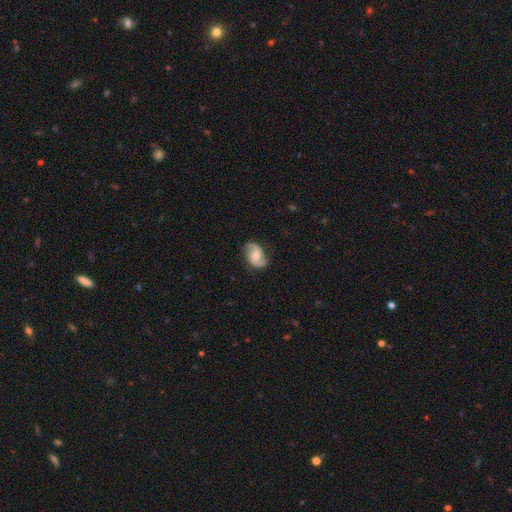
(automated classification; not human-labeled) This is likely a featured or disk galaxy (70%). It is clearly not viewed edge-on (97%). Bar: likely no (61%). Spiral arm pattern: clearly yes (91%). Spiral arm count: clearly 2 (90%). Spiral winding: marginally loose (43%). Central bulge: likely moderate (65%). Merging: likely none (76%).